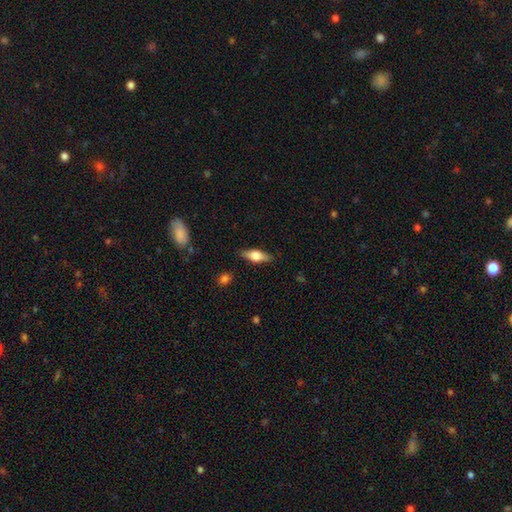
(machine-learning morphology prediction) Smooth or featured? smooth (56%)
How rounded? in between (65%)
Merging? none (84%)